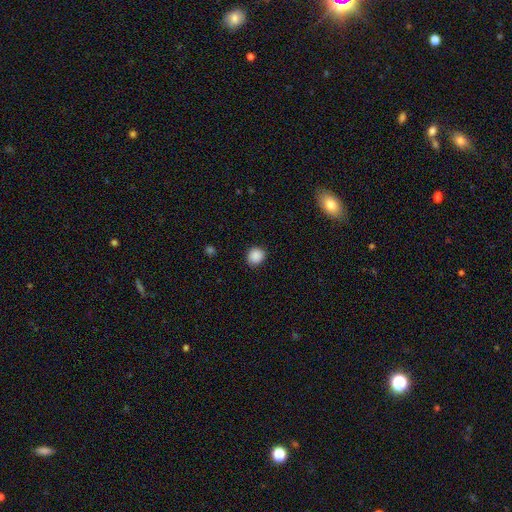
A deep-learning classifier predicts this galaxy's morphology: The model was most divided on "how rounded": round: 79%, in between: 20%, cigar-shaped: 1%. More confident: smooth or featured — smooth (88%); merging — none (88%).